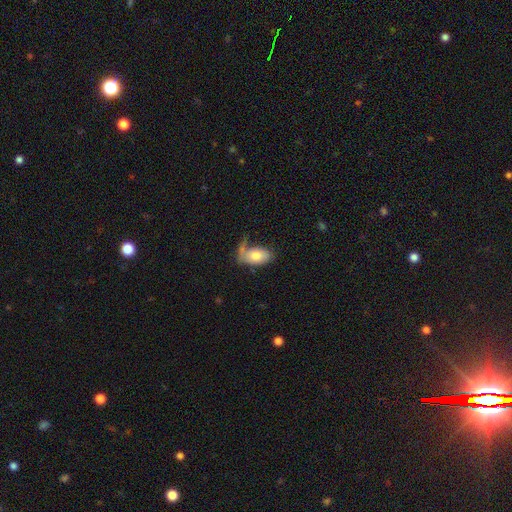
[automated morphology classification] smooth 69%, featured or disk 24%, star or artifact 6%. Down the decision tree: how rounded — in between (92%); merging — none (42%).